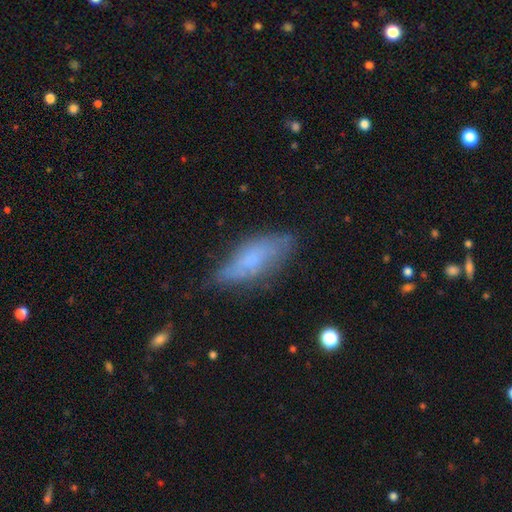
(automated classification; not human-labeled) smooth 59%, featured or disk 31%, star or artifact 9%. Down the decision tree: how rounded — in between (66%); merging — none (64%).